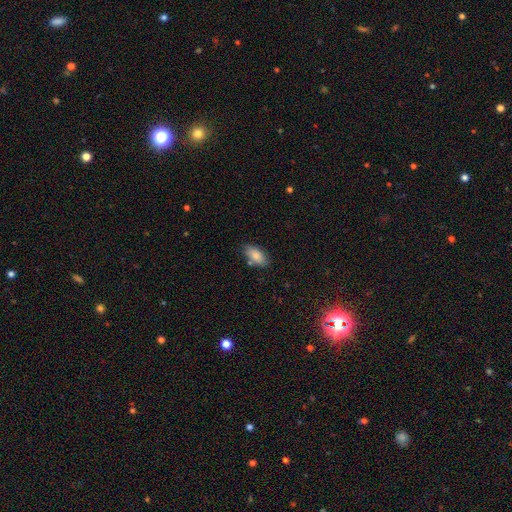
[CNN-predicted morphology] Smooth or featured? Predicted: smooth (p=0.84). How rounded? Predicted: in between (p=0.91). Merging? Predicted: none (p=0.77).